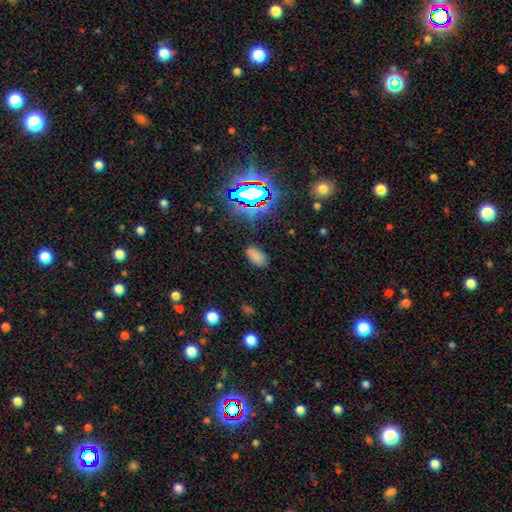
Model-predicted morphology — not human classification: Smooth or featured: smooth — 71% (star or artifact — 23%)
How rounded: in between — 93% (round — 4%)
Merging: none — 82% (minor disturbance — 12%)